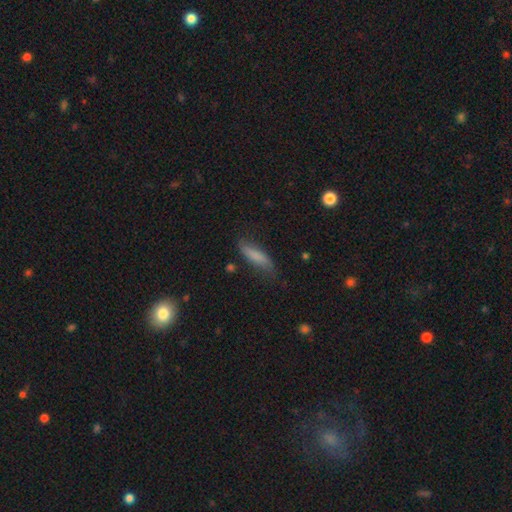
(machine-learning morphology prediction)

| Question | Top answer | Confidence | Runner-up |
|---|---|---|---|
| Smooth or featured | smooth | 75% | featured or disk (18%) |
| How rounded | cigar-shaped | 62% | in between (36%) |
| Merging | none | 67% | minor disturbance (24%) |